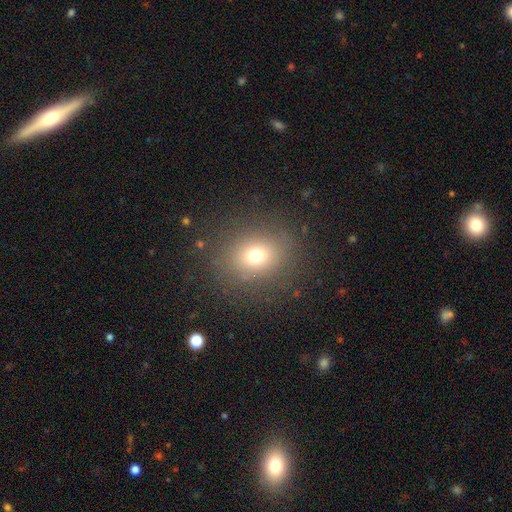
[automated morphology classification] The model was most divided on "how rounded": round: 71%, in between: 28%, cigar-shaped: 1%. More confident: merging — none (84%); smooth or featured — smooth (70%).